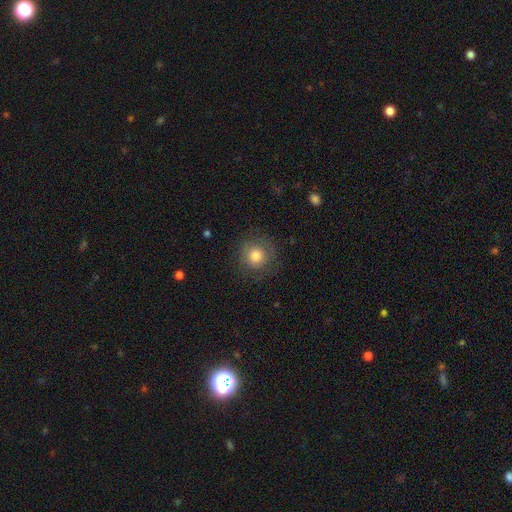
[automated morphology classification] The model was most divided on "smooth or featured": smooth: 77%, featured or disk: 13%, star or artifact: 10%. More confident: how rounded — round (93%); merging — none (81%).